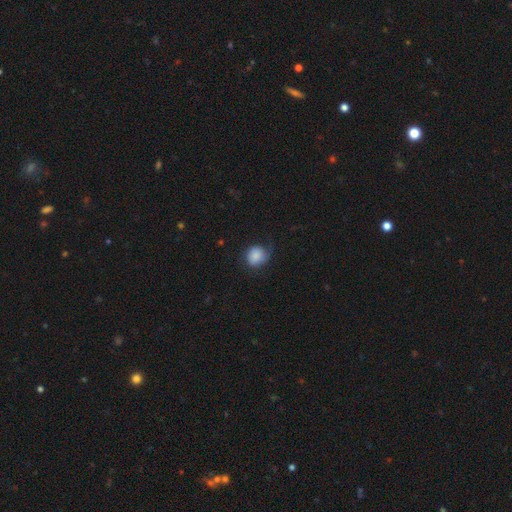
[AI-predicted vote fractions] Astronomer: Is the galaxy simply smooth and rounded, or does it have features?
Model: smooth — 83%.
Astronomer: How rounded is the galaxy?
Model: round — 77%.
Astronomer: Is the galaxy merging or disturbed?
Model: none — 61%.